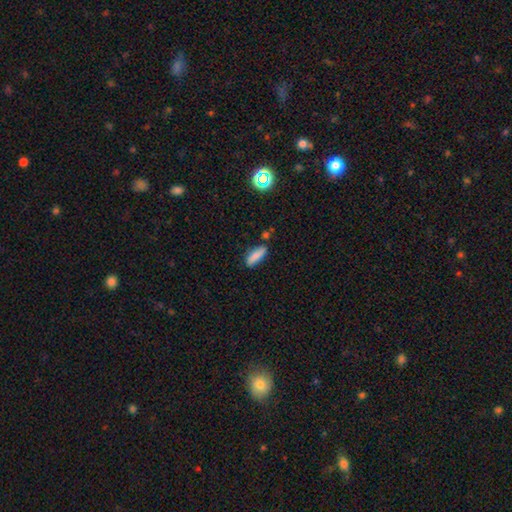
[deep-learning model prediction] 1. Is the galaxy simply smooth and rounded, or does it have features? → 84% smooth, 8% star or artifact, 8% featured or disk.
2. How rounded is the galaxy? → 53% in between, 45% cigar-shaped, 2% round.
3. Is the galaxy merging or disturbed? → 73% none, 17% minor disturbance, 6% merger, 4% major disturbance.